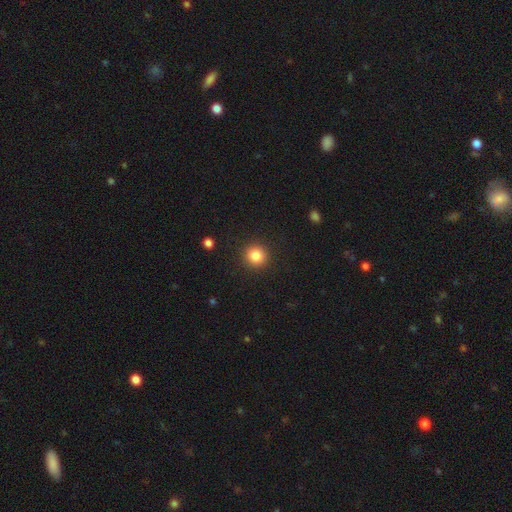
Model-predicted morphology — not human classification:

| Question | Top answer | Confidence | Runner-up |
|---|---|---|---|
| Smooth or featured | smooth | 85% | star or artifact (10%) |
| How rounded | round | 92% | in between (7%) |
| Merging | none | 91% | minor disturbance (6%) |